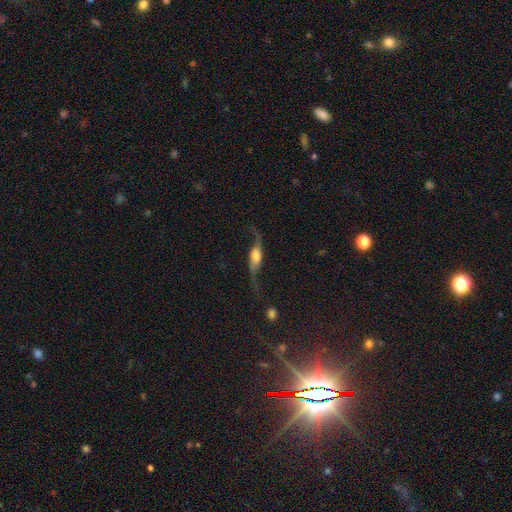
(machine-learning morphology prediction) Smooth or featured: featured or disk — 79% (smooth — 14%)
Edge-on disk: no — 71% (yes — 29%)
Bar: no — 53% (weak — 32%)
Spiral arms: yes — 93% (no — 7%)
Spiral winding: loose — 93% (medium — 5%)
Spiral arm count: 2 — 93% (1 — 3%)
Bulge size: moderate — 36% (large — 32%)
Merging: none — 61% (minor disturbance — 18%)